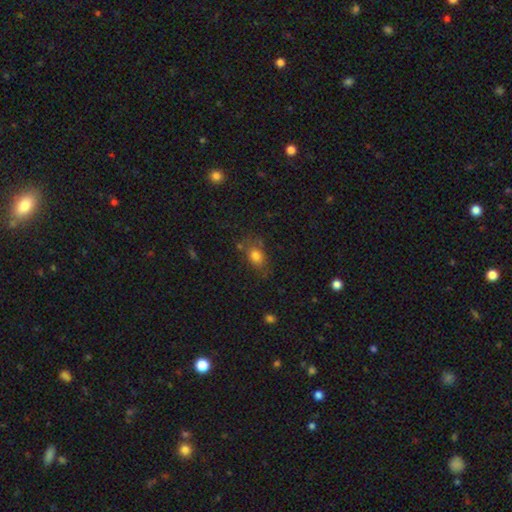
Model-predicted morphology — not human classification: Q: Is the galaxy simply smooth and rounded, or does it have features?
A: smooth — 76%.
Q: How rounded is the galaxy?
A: in between — 74%.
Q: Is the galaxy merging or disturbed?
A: none — 66%.